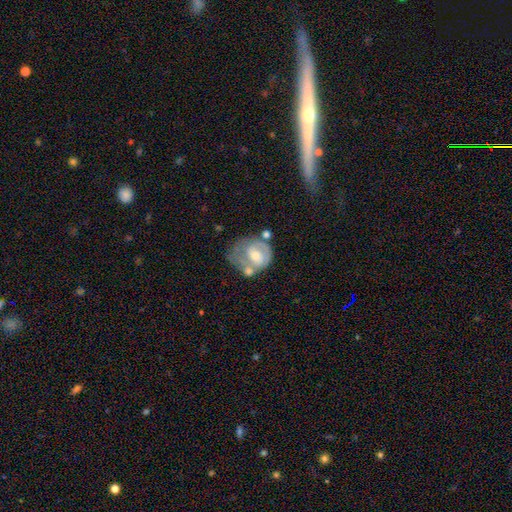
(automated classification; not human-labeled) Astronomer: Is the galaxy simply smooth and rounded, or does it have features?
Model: featured or disk — 56% (runner-up: smooth, 37%).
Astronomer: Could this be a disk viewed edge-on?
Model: no — 97%.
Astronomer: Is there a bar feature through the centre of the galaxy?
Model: no — 55% (runner-up: weak, 36%).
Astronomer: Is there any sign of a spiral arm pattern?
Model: no — 52% (runner-up: yes, 48%).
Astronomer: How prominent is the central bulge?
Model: moderate — 59%.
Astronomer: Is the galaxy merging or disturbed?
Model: none — 31% (runner-up: merger, 24%).